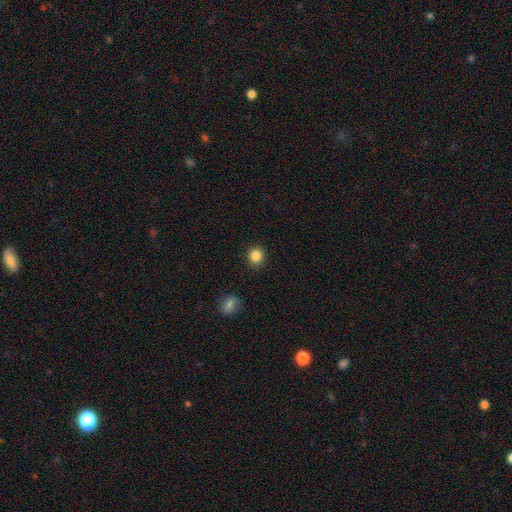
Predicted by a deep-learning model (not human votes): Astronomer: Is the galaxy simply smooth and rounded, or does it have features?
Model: smooth — 86%.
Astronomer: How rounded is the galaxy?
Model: round — 86%.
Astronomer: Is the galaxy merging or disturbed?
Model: none — 90%.